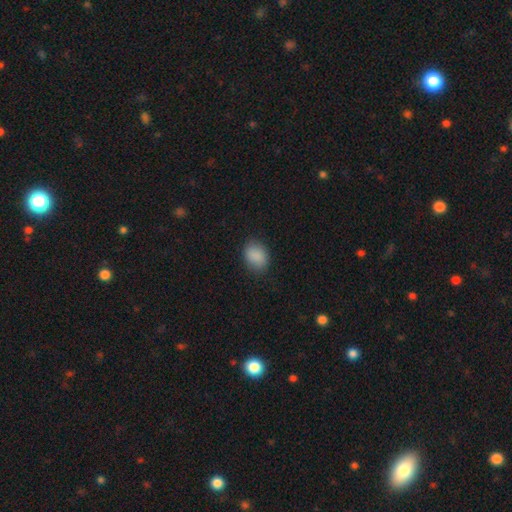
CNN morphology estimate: Smooth or featured? Predicted: smooth (p=0.88). How rounded? Predicted: in between (p=0.65). Merging? Predicted: none (p=0.83).